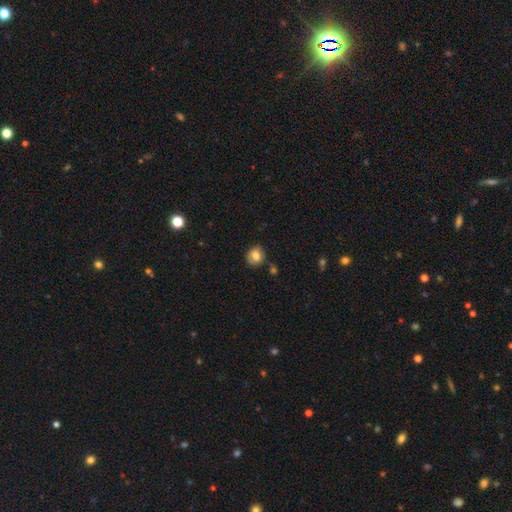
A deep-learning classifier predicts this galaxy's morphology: Smooth or featured: smooth — 78% (featured or disk — 13%)
How rounded: round — 71% (in between — 28%)
Merging: none — 80% (minor disturbance — 13%)